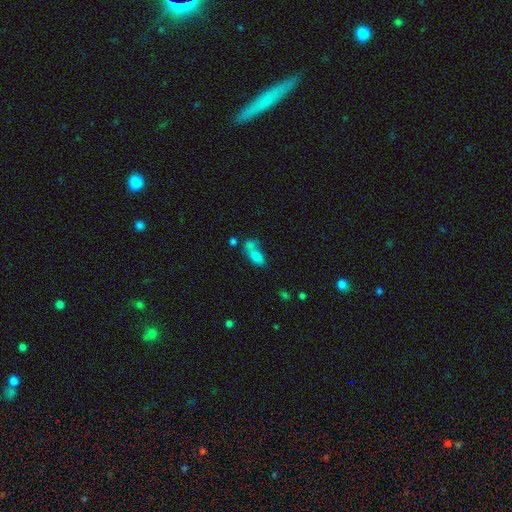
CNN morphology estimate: type=smooth (68%); roundness=in between (79%); merging=merger (44%).